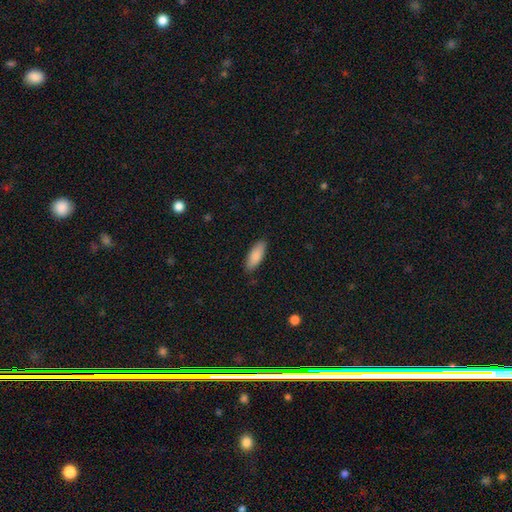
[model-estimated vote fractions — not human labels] smooth 88%, featured or disk 7%, star or artifact 6%. Down the decision tree: how rounded — in between (69%); merging — none (87%).